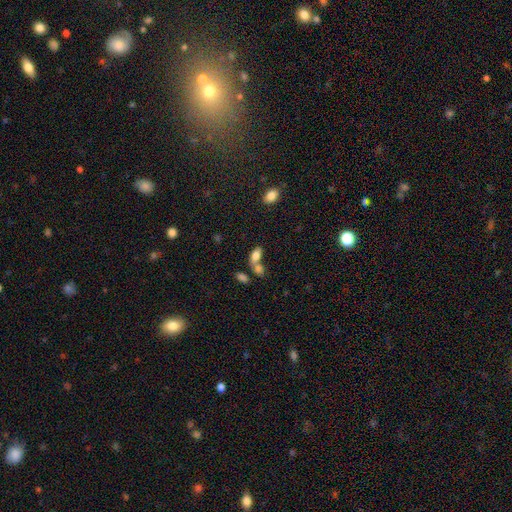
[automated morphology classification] A smooth galaxy with no disk features (78%) that is in between round and cigar-shaped (88%).

Vote fractions:
- Smooth or featured? smooth: 78% / featured or disk: 12% / star or artifact: 9%
- How rounded? in between: 88% / round: 6% / cigar-shaped: 6%
- Merging? merger: 46% / none: 37% / minor disturbance: 11% / major disturbance: 6%